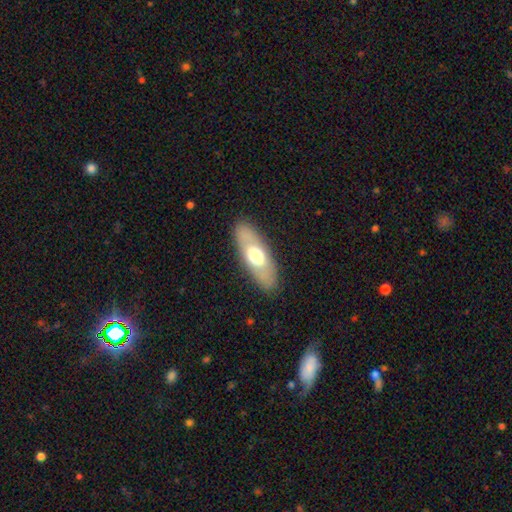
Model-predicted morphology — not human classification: Smooth or featured? smooth (58%)
How rounded? in between (74%)
Merging? none (86%)